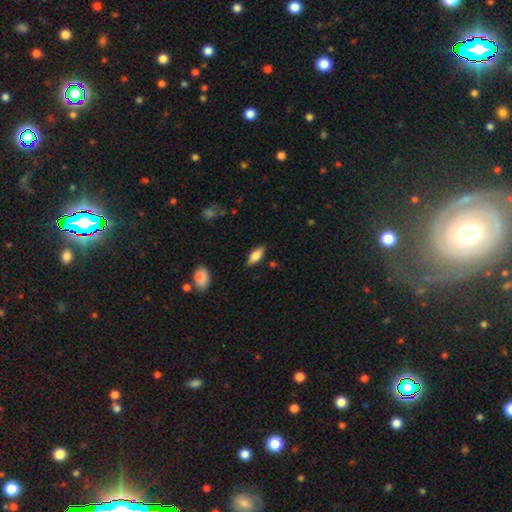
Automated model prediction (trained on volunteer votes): This is likely a smooth galaxy (72%). How rounded: likely in between (77%). Merging: clearly none (84%).